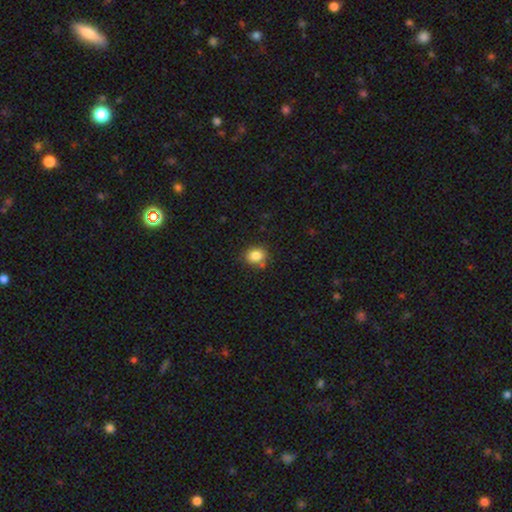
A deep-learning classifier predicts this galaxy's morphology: Overall: smooth (84%). How rounded: round (59%; in between 40%). Merging: none (78%).